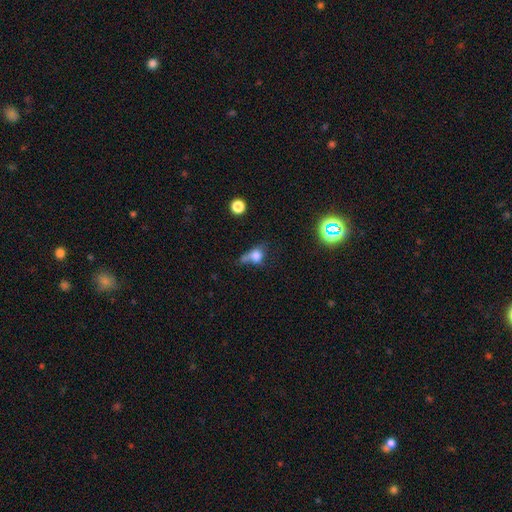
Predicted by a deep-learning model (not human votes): Smooth or featured? smooth (68%)
How rounded? round (50%)
Merging? none (30%)